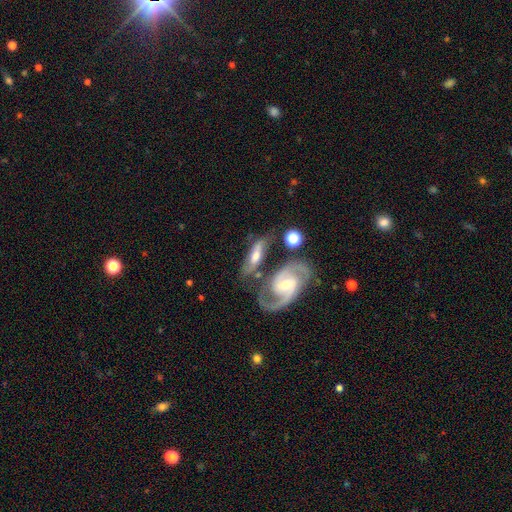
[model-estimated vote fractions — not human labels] Morphology: type=featured or disk (65%); edge-on=no (80%); bar=weak (43%); spiral arms=yes (85%); bulge=moderate (56%); merging=none (51%).